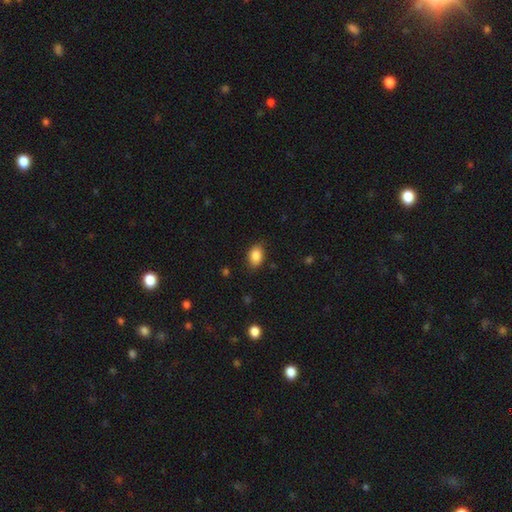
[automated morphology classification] Smooth or featured? smooth (87%)
How rounded? in between (80%)
Merging? none (82%)